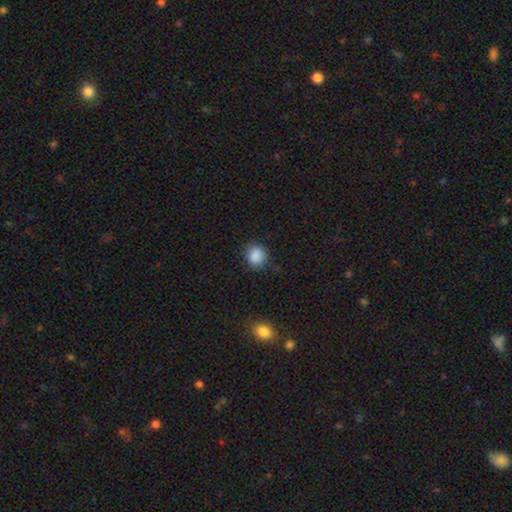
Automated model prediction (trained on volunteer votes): Smooth or featured? smooth (88%)
How rounded? round (84%)
Merging? none (86%)